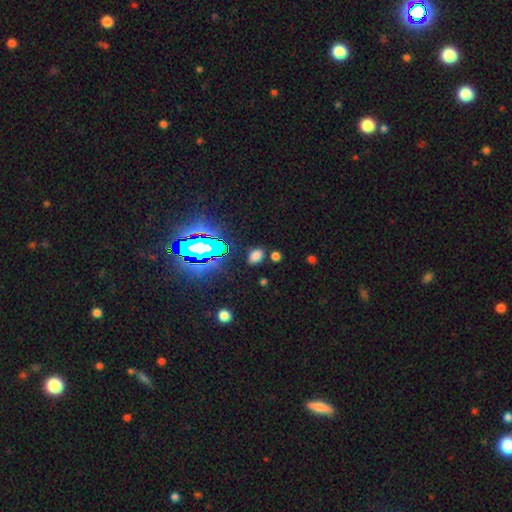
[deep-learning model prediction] This is likely a smooth galaxy (66%). How rounded: likely in between (77%). Merging: clearly none (83%).